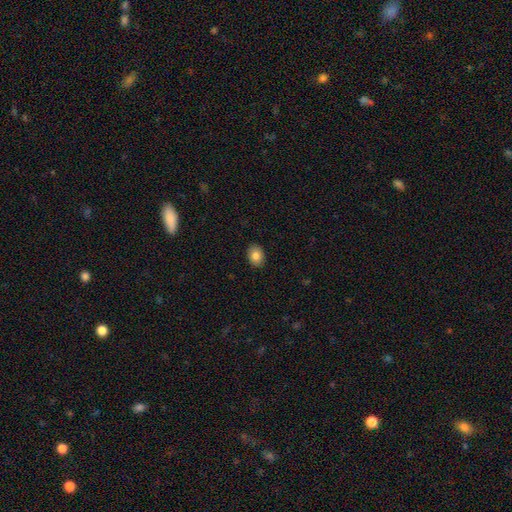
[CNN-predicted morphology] Smooth or featured: smooth — 83% (star or artifact — 9%)
How rounded: in between — 64% (round — 35%)
Merging: none — 90% (minor disturbance — 8%)